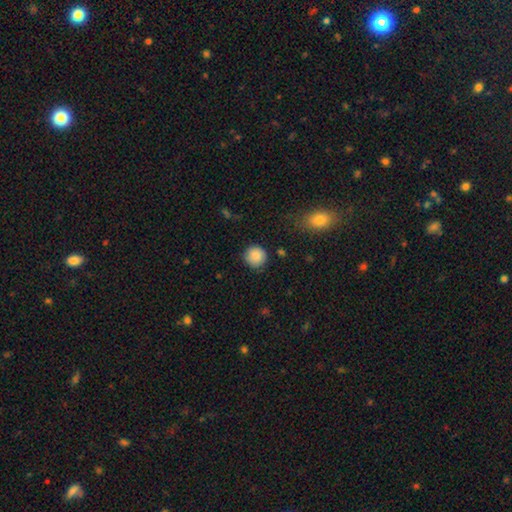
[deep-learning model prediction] This appears to be a smooth galaxy with no disk features (88%) that is round (93%). Merging: none (86%).